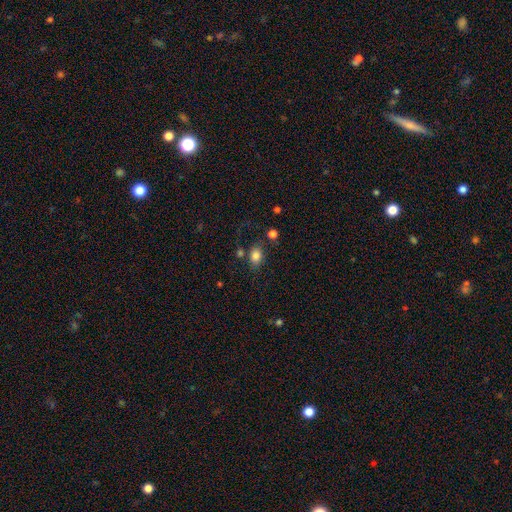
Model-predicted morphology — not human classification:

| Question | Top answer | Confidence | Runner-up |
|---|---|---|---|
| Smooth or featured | smooth | 82% | star or artifact (11%) |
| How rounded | in between | 70% | round (29%) |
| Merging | none | 71% | minor disturbance (15%) |